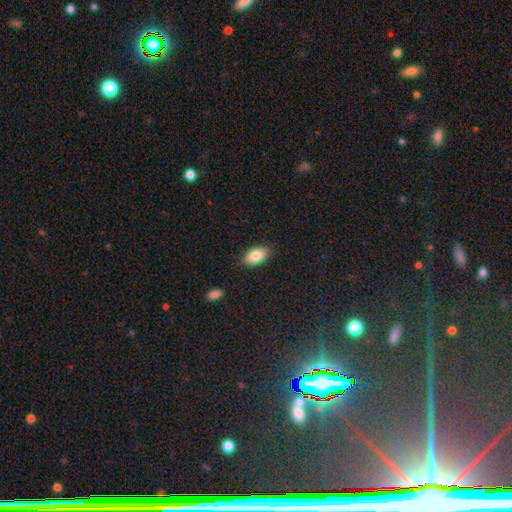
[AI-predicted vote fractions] A smooth galaxy with no disk features (85%) that is in between round and cigar-shaped (93%).

Vote fractions:
- Smooth or featured? smooth: 85% / featured or disk: 8% / star or artifact: 7%
- How rounded? in between: 93% / round: 5% / cigar-shaped: 2%
- Merging? none: 87% / minor disturbance: 10% / major disturbance: 2% / merger: 1%